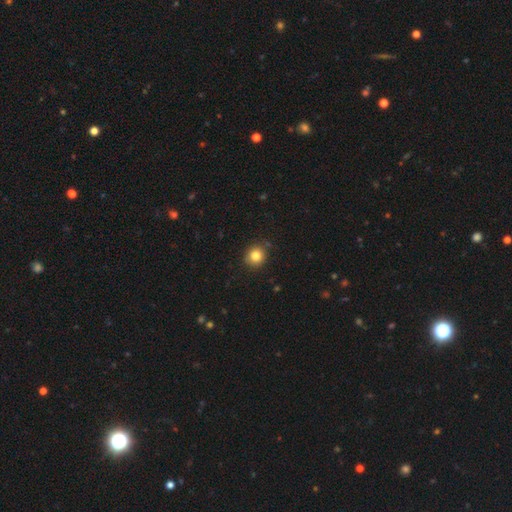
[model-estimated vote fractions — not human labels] Morphology: type=smooth (83%); roundness=round (86%); merging=none (87%).